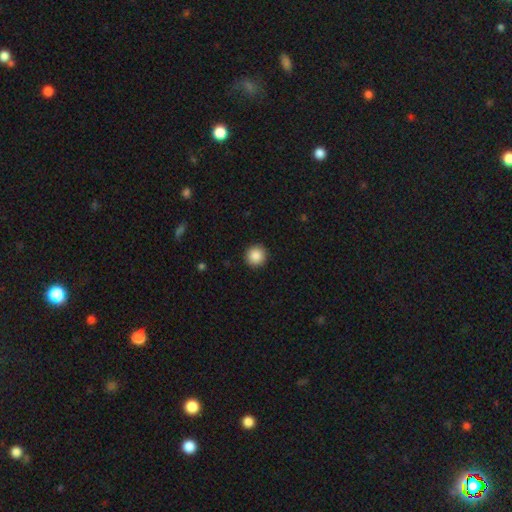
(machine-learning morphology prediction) smooth-or-featured: smooth: 88% | star or artifact: 9% | featured or disk: 4%
  how-rounded: round: 95% | in between: 4% | cigar-shaped: 1%
  merging: none: 92% | minor disturbance: 5% | major disturbance: 2% | merger: 1%